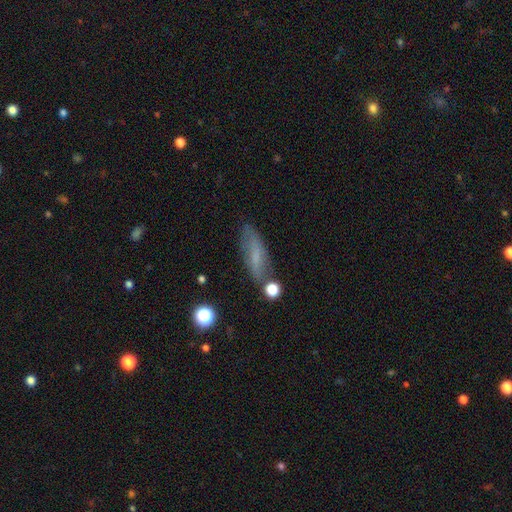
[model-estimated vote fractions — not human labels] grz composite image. It shows a smooth galaxy with no disk features (57%) that is cigar-shaped (51%). Merging: none (67%).